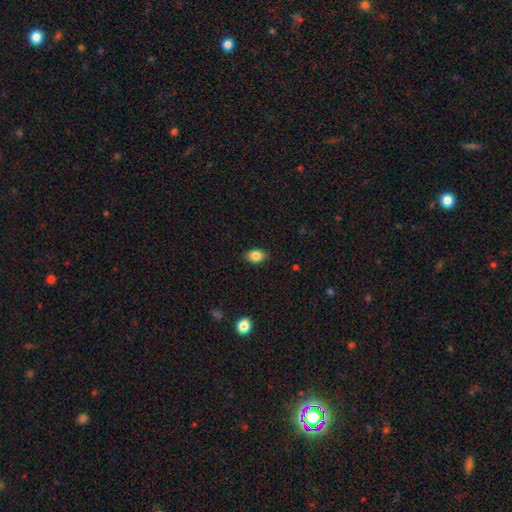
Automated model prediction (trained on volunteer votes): Smooth or featured: smooth — 86% (star or artifact — 9%)
How rounded: in between — 81% (round — 18%)
Merging: none — 86% (minor disturbance — 11%)